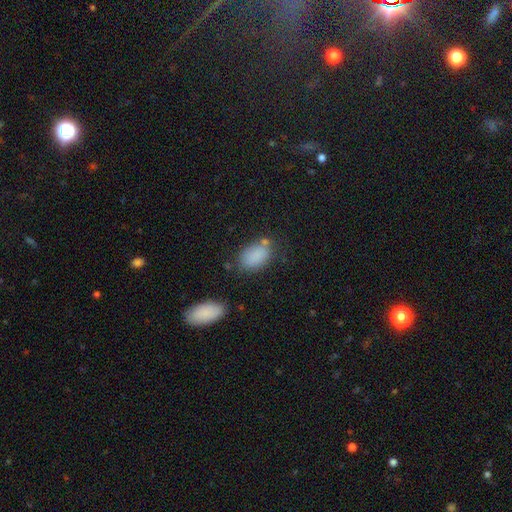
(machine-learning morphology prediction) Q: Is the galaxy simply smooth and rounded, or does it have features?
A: smooth — 85%.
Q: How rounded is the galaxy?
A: in between — 89%.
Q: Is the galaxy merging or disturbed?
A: none — 64%.